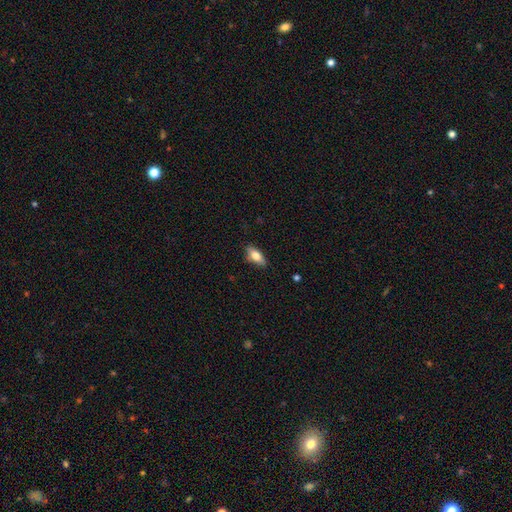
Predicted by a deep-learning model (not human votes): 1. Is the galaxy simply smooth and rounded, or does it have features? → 75% smooth, 18% featured or disk, 7% star or artifact.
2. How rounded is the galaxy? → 82% in between, 15% cigar-shaped, 3% round.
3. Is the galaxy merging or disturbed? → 80% none, 16% minor disturbance, 3% major disturbance, 1% merger.